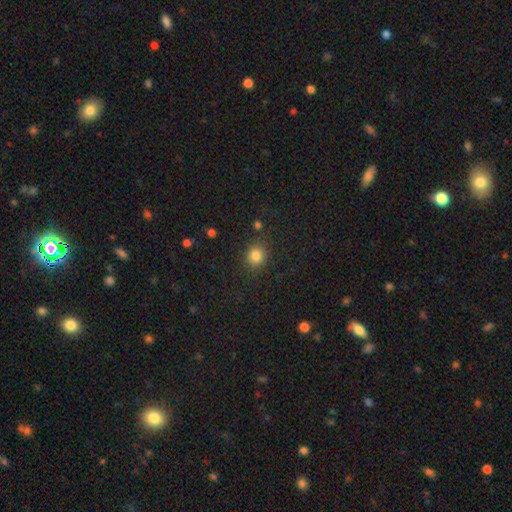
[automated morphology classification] This is clearly a smooth galaxy (83%). How rounded: clearly round (80%). Merging: clearly none (85%).